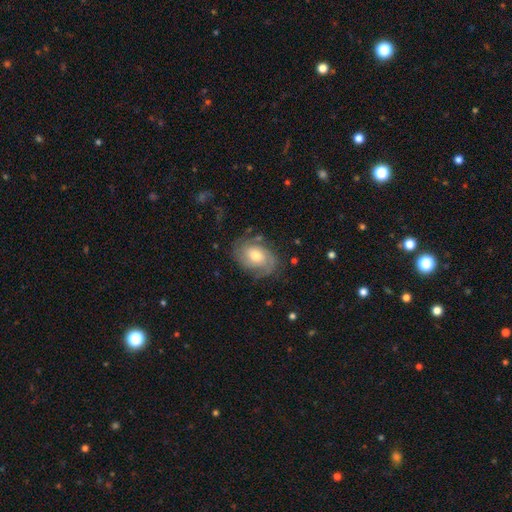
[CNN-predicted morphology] A featured or disk galaxy (70%) with no bar (68%), 2 (48%) tight (55%) spiral arms (89%) and a moderate central bulge (68%).

Vote fractions:
- Smooth or featured? featured or disk: 70% / smooth: 24% / star or artifact: 7%
- Edge-on disk? no: 96% / yes: 4%
- Bar? no: 68% / weak: 27% / strong: 5%
- Spiral arms? yes: 89% / no: 11%
- Spiral winding? tight: 55% / medium: 34% / loose: 12%
- Spiral arm count? 2: 48% / can't tell: 27% / 3: 13% / 1: 6% / 4: 3% / more than 4: 3%
- Bulge size? moderate: 68% / small: 19% / large: 10% / none: 1% / dominant: 1%
- Merging? none: 71% / minor disturbance: 19% / major disturbance: 8% / merger: 2%